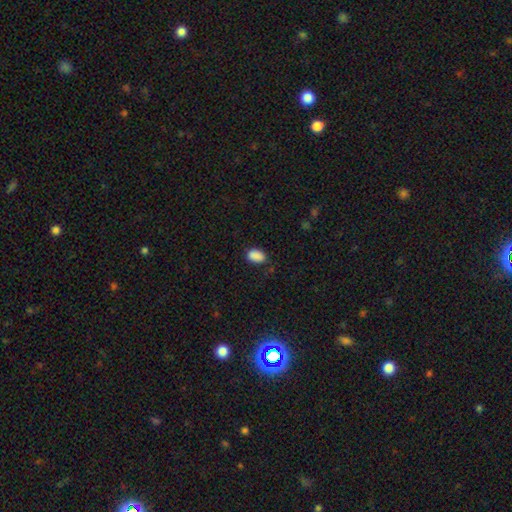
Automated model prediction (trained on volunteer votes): smooth_or_featured: smooth (p=0.89) [alt: star or artifact p=0.09]
how_rounded: in between (p=0.88) [alt: round p=0.11]
merging: none (p=0.80) [alt: minor disturbance p=0.15]